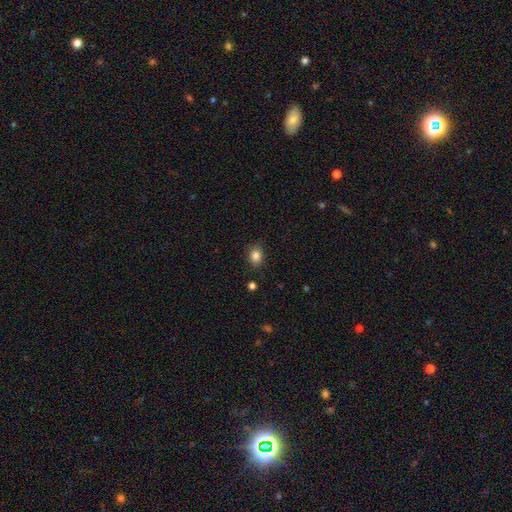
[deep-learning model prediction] Smooth or featured?
  - smooth: 84% *
  - star or artifact: 11%
  - featured or disk: 5%
How rounded?
  - round: 51% *
  - in between: 48%
  - cigar-shaped: 1%
Merging?
  - none: 84% *
  - minor disturbance: 11%
  - major disturbance: 3%
  - merger: 2%